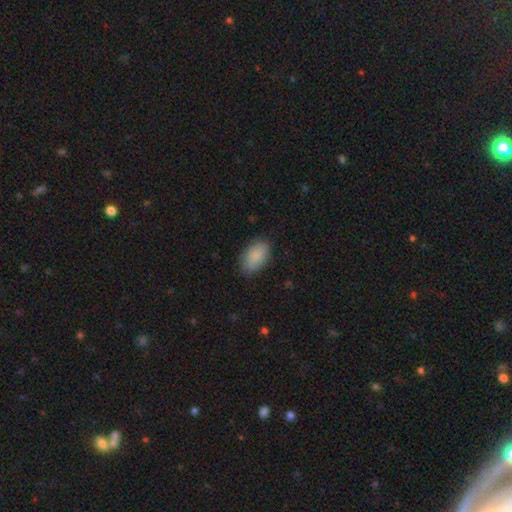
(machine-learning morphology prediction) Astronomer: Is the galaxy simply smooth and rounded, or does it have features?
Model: smooth — 87%.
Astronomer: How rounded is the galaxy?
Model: in between — 92%.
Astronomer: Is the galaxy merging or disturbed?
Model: none — 82%.